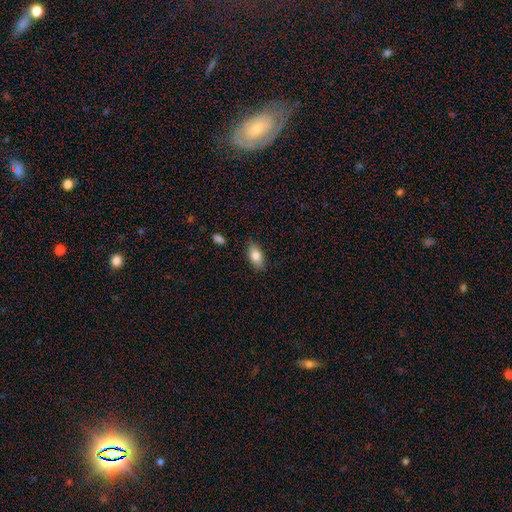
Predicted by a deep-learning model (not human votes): This appears to be a smooth galaxy with no disk features (79%) that is in between round and cigar-shaped (88%). Merging: none (84%).